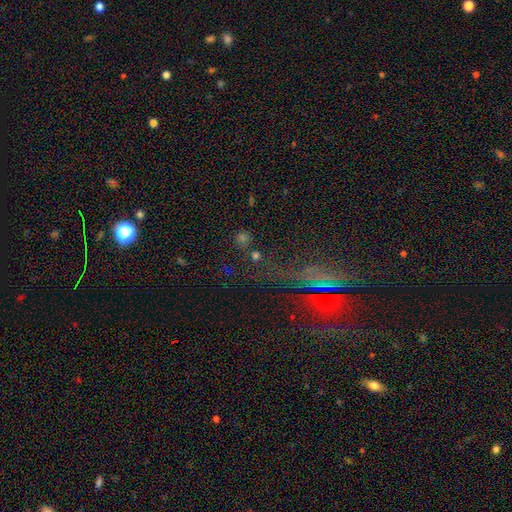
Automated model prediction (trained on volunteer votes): The model was most divided on "smooth or featured": star or artifact: 51%, smooth: 39%, featured or disk: 10%.